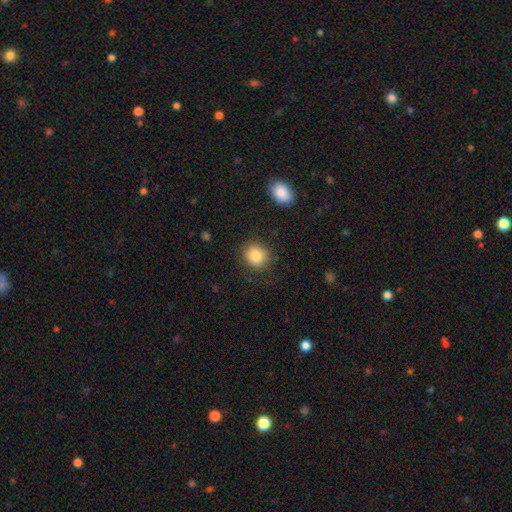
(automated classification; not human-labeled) A smooth galaxy with no disk features (85%) that is round (79%). Merging: none (84%).